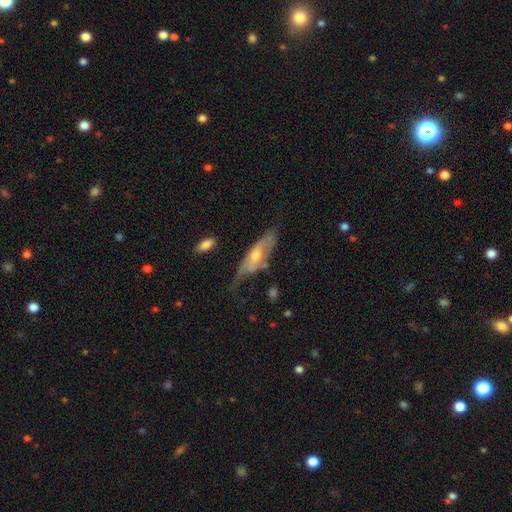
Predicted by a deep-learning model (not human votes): A featured or disk galaxy (60%).

Vote fractions:
- Smooth or featured? featured or disk: 60% / smooth: 34% / star or artifact: 7%
- Edge-on disk? no: 65% / yes: 35%
- Merging? none: 38% / minor disturbance: 34% / major disturbance: 23% / merger: 5%